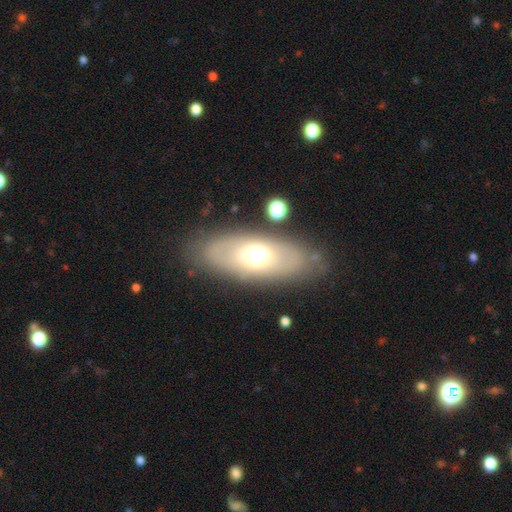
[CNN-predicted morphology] type=smooth (52%); roundness=in between (82%); merging=none (80%).